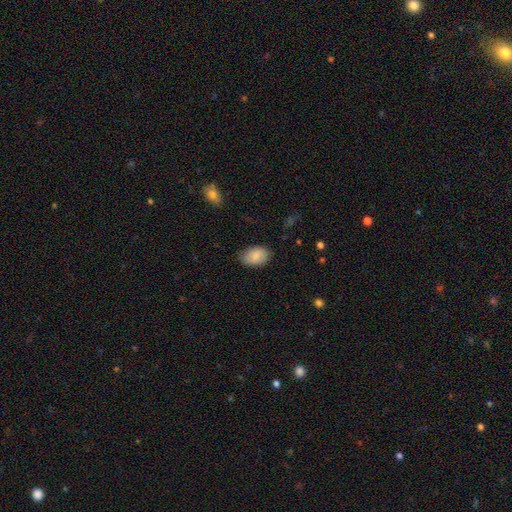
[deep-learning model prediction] Smooth or featured? smooth (86%)
How rounded? in between (88%)
Merging? none (80%)